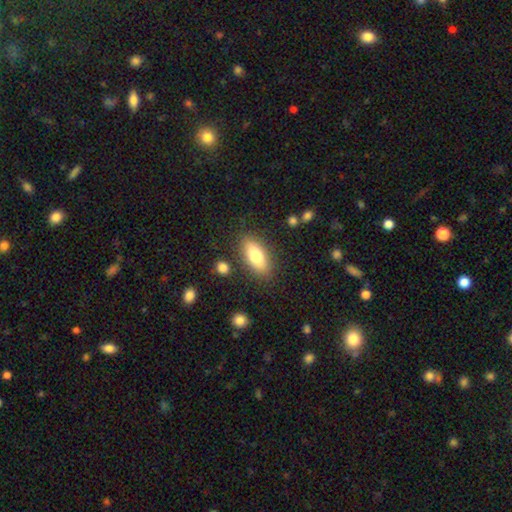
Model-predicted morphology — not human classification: The model was most divided on "how rounded": in between: 80%, cigar-shaped: 18%, round: 3%. More confident: merging — none (84%); smooth or featured — smooth (78%).